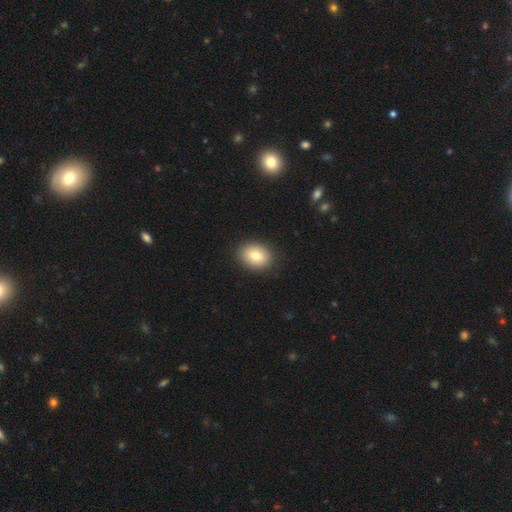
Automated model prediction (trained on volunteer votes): smooth 80%, featured or disk 11%, star or artifact 8%. Down the decision tree: how rounded — in between (63%); merging — none (89%).